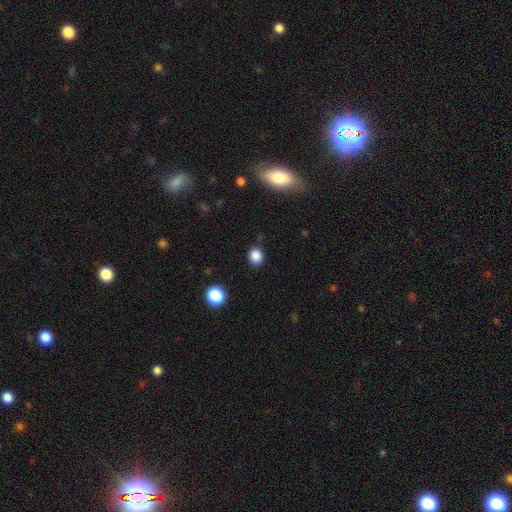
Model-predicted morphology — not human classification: The model was most divided on "how rounded": round: 74%, in between: 25%, cigar-shaped: 1%. More confident: merging — none (86%); smooth or featured — smooth (85%).